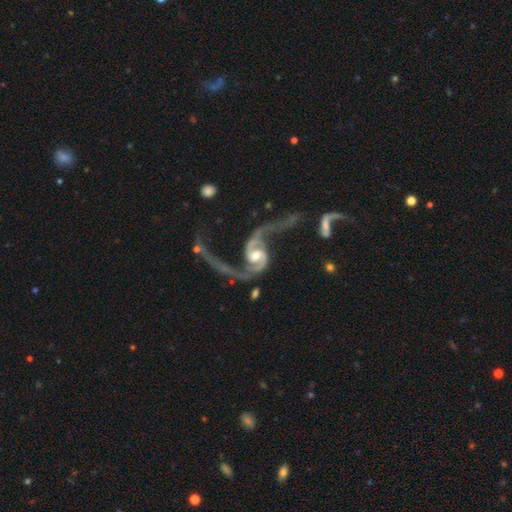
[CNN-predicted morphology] smooth-or-featured: featured or disk: 94% | star or artifact: 4% | smooth: 3%
  disk-edge-on: no: 98% | yes: 2%
    bar: no: 41% | weak: 39% | strong: 20%
    has-spiral-arms: yes: 98% | no: 2%
      spiral-winding: loose: 77% | medium: 18% | tight: 5%
      spiral-arm-count: 2: 94% | 1: 1% | can't tell: 1% | 3: 1% | 4: 1% | more than 4: 1%
    bulge-size: moderate: 69% | small: 22% | large: 7% | none: 2% | dominant: 1%
  merging: none: 47% | major disturbance: 31% | minor disturbance: 15% | merger: 8%